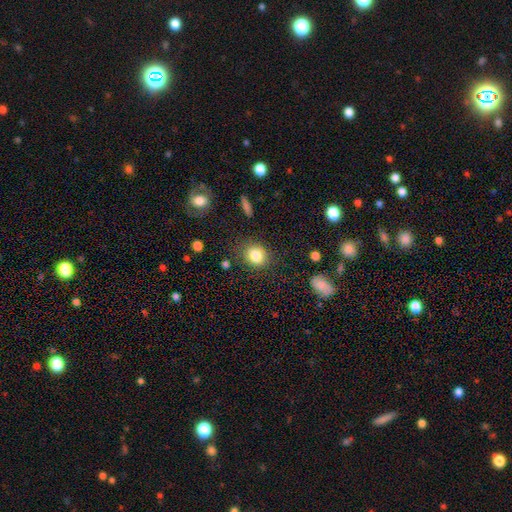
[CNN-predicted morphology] A smooth galaxy with no disk features (83%) that is round (58%).

Vote fractions:
- Smooth or featured? smooth: 83% / star or artifact: 10% / featured or disk: 7%
- How rounded? round: 58% / in between: 41% / cigar-shaped: 1%
- Merging? none: 79% / minor disturbance: 14% / major disturbance: 4% / merger: 2%